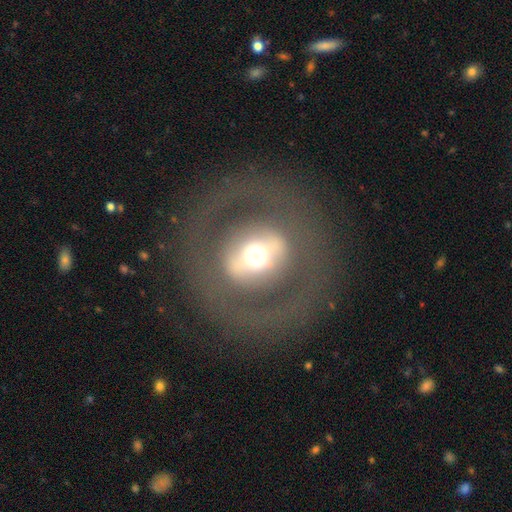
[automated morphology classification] type=featured or disk (51%); edge-on=no (86%); merging=none (74%).